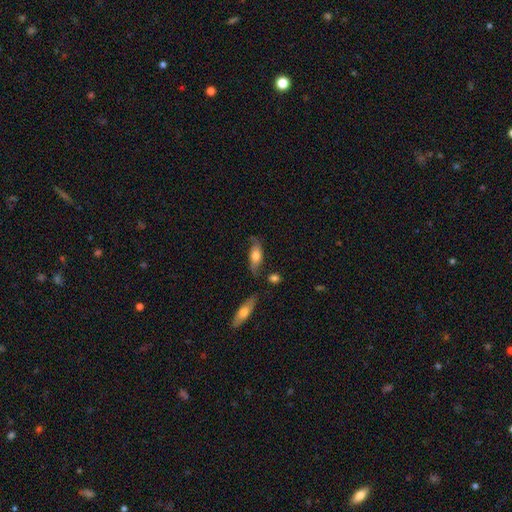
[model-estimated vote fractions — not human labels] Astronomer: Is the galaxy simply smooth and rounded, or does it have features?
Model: smooth — 55% (runner-up: featured or disk, 39%).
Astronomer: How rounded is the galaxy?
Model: in between — 73%.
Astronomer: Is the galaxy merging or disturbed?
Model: none — 64%.